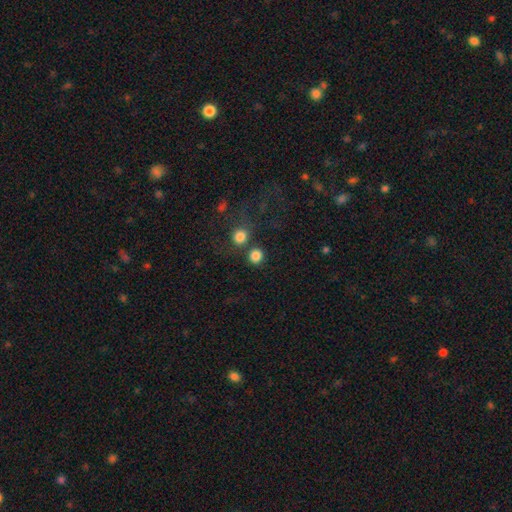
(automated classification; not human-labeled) smooth_or_featured: smooth (p=0.83) [alt: star or artifact p=0.12]
how_rounded: round (p=0.89) [alt: in between p=0.10]
merging: none (p=0.73) [alt: merger p=0.15]